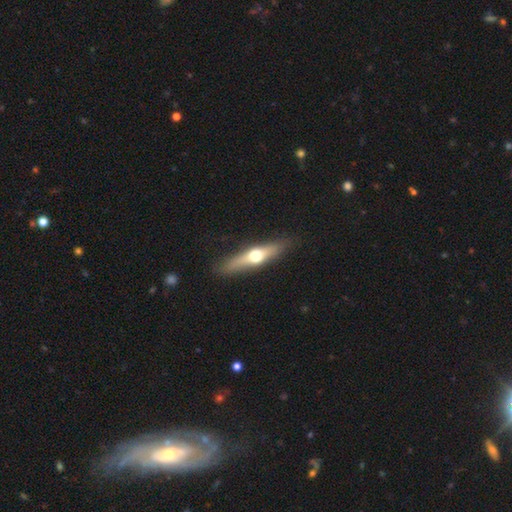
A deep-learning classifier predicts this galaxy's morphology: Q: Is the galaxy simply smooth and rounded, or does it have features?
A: featured or disk — 57%.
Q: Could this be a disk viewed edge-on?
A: yes — 91%.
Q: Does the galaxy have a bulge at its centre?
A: rounded — 95%.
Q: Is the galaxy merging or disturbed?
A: none — 88%.